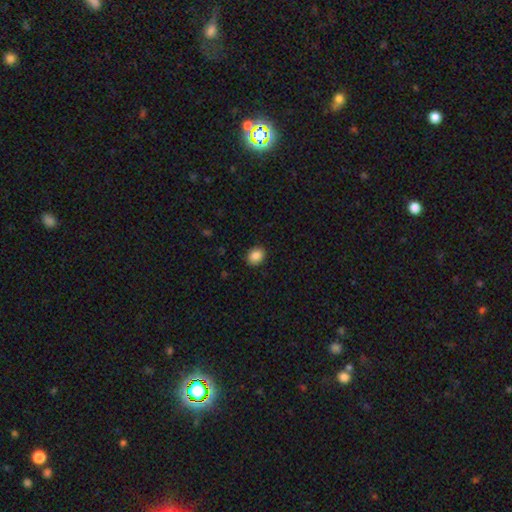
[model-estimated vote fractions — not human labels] Smooth or featured? Predicted: smooth (p=0.88). How rounded? Predicted: round (p=0.55). Merging? Predicted: none (p=0.90).